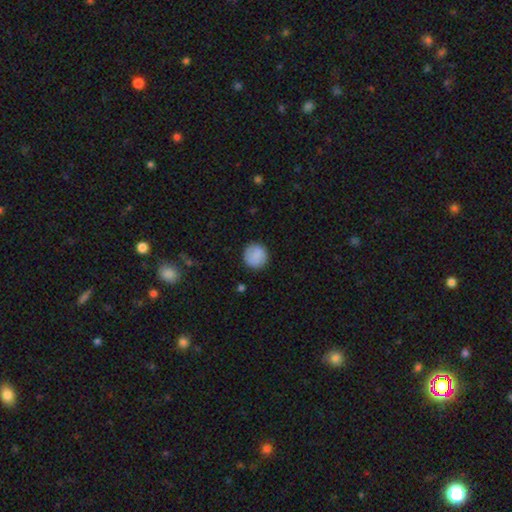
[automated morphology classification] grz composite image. It shows a smooth galaxy with no disk features (88%) that is round (93%). Merging: none (88%).